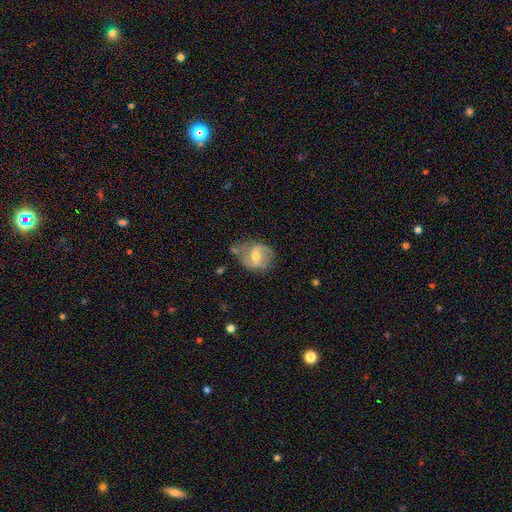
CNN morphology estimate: A featured or disk galaxy (60%) with a weak bar (50%), spiral arms (78%) and a moderate central bulge (53%).

Vote fractions:
- Smooth or featured? featured or disk: 60% / smooth: 32% / star or artifact: 7%
- Edge-on disk? no: 96% / yes: 4%
- Bar? weak: 50% / no: 26% / strong: 25%
- Spiral arms? yes: 78% / no: 22%
- Bulge size? moderate: 53% / small: 42% / large: 3% / none: 2% / dominant: 1%
- Merging? none: 57% / minor disturbance: 27% / major disturbance: 10% / merger: 6%